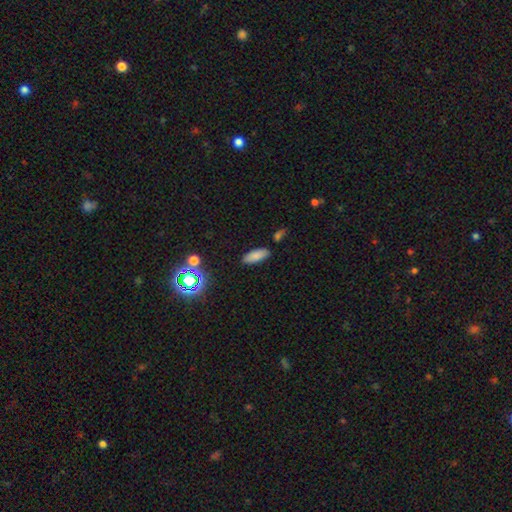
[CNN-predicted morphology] smooth-or-featured: smooth: 82% | star or artifact: 11% | featured or disk: 7%
  how-rounded: in between: 77% | cigar-shaped: 21% | round: 2%
  merging: none: 85% | minor disturbance: 9% | merger: 3% | major disturbance: 2%